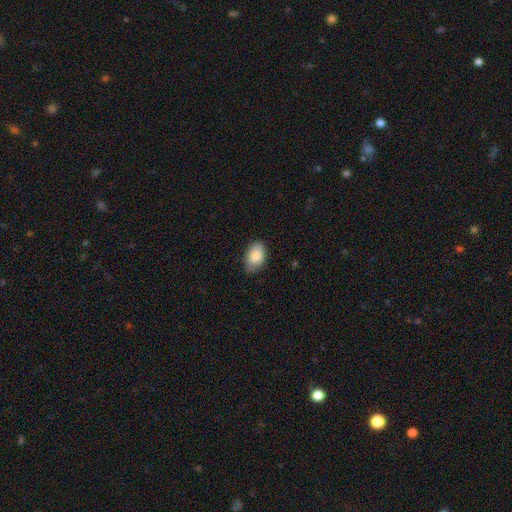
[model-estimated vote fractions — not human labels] The model was most divided on "merging": none: 77%, minor disturbance: 19%, major disturbance: 3%, merger: 1%. More confident: how rounded — in between (90%); smooth or featured — smooth (85%).